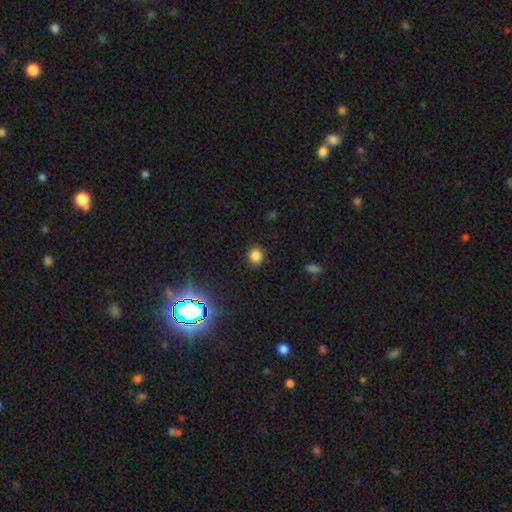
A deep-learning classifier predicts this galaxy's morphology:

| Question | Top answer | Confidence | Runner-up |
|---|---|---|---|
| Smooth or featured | smooth | 79% | star or artifact (16%) |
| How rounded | round | 81% | in between (18%) |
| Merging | none | 88% | minor disturbance (8%) |